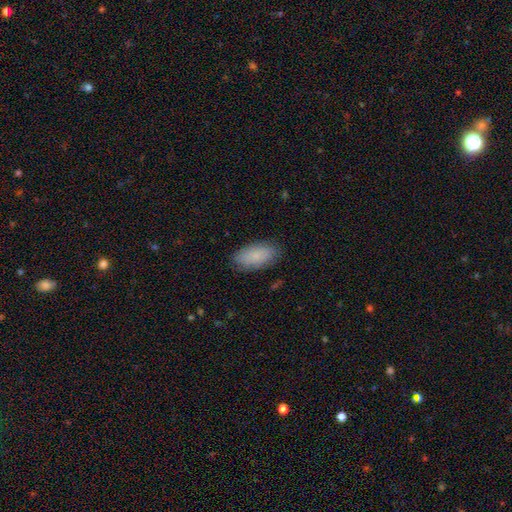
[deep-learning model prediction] Smooth or featured: smooth — 81% (featured or disk — 12%)
How rounded: in between — 93% (cigar-shaped — 4%)
Merging: none — 83% (minor disturbance — 13%)